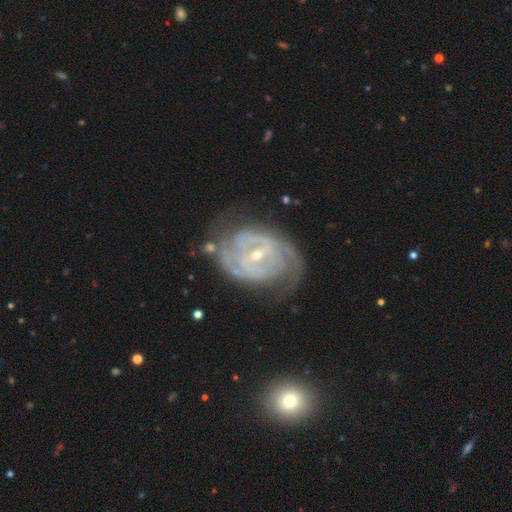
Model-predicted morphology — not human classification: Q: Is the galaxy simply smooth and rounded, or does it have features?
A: featured or disk — 86%.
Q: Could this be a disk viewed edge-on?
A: no — 96%.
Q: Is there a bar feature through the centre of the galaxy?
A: weak — 48%.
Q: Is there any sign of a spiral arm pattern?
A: yes — 90%.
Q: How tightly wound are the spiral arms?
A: tight — 60%.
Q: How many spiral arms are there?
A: can't tell — 37%.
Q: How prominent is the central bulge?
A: small — 64%.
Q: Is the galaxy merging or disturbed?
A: none — 57%.